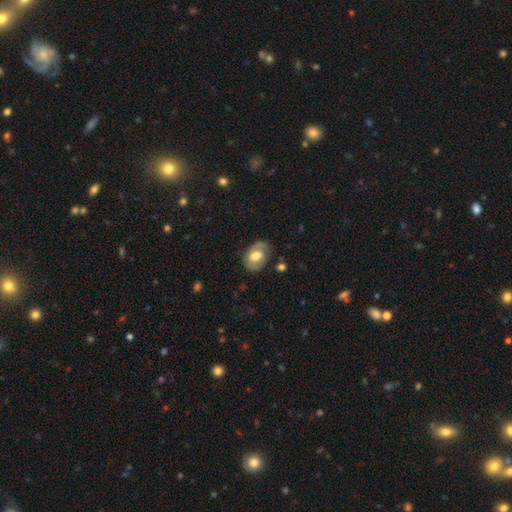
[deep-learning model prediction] smooth-or-featured: featured or disk: 53% | smooth: 41% | star or artifact: 6%
  disk-edge-on: no: 95% | yes: 5%
    bar: no: 52% | weak: 36% | strong: 12%
    has-spiral-arms: yes: 60% | no: 40%
    bulge-size: moderate: 60% | large: 29% | small: 8% | dominant: 2% | none: 1%
  merging: none: 72% | minor disturbance: 19% | major disturbance: 7% | merger: 2%